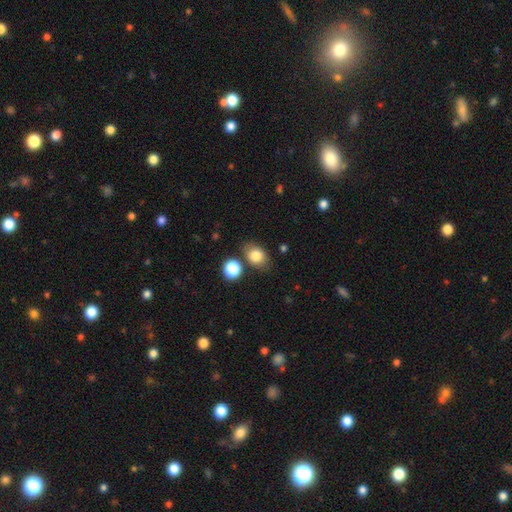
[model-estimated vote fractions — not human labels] Overall: smooth (81%). How rounded: in between (68%; round 30%). Merging: none (74%).